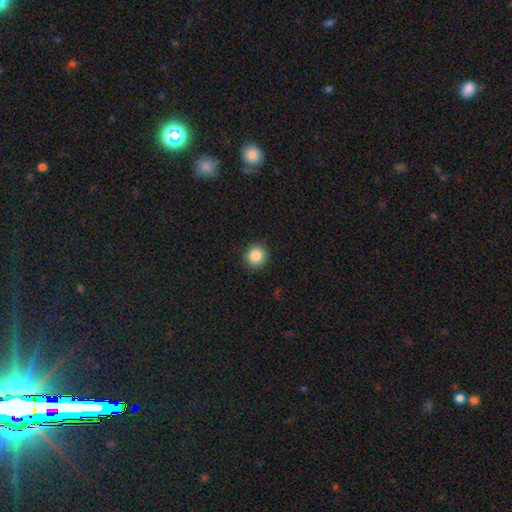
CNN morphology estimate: smooth-or-featured: smooth: 86% | star or artifact: 9% | featured or disk: 4%
  how-rounded: round: 91% | in between: 9% | cigar-shaped: 1%
  merging: none: 91% | minor disturbance: 6% | major disturbance: 2% | merger: 1%